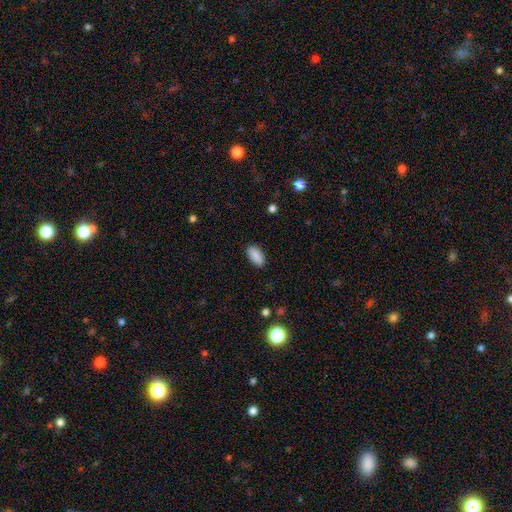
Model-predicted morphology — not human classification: smooth-or-featured: smooth: 89% | star or artifact: 7% | featured or disk: 3%
  how-rounded: in between: 94% | cigar-shaped: 3% | round: 3%
  merging: none: 88% | minor disturbance: 9% | major disturbance: 2% | merger: 1%